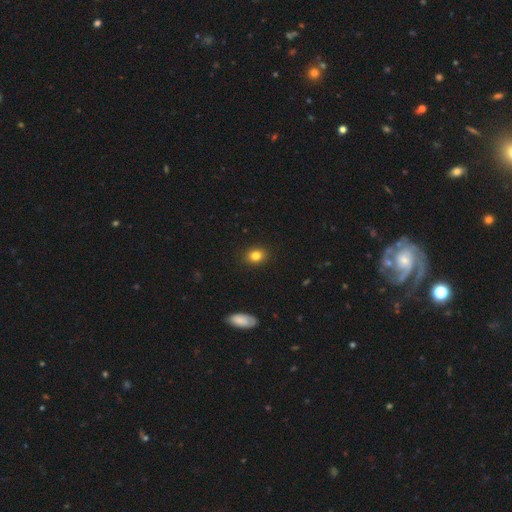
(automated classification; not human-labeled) A smooth galaxy with no disk features (83%) that is in between round and cigar-shaped (53%). Merging: none (90%).